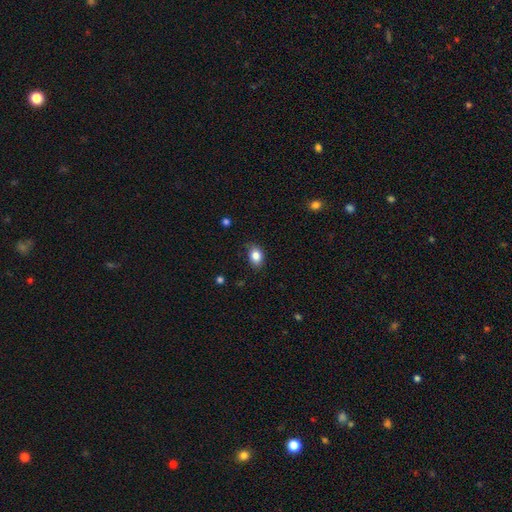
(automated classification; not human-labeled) A smooth galaxy with no disk features (85%) that is in between round and cigar-shaped (73%). Merging: none (77%).